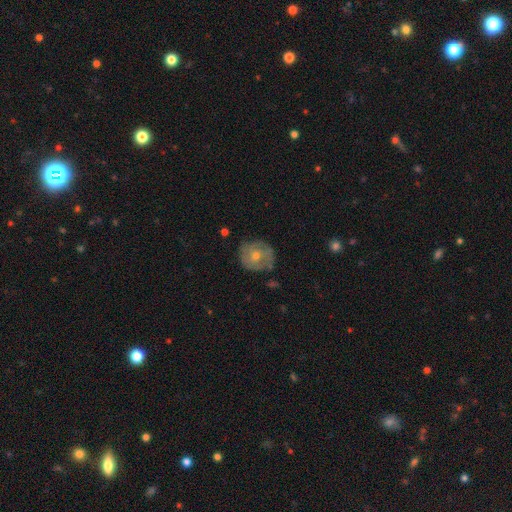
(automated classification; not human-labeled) A featured or disk galaxy (48%). Merging: none (74%).